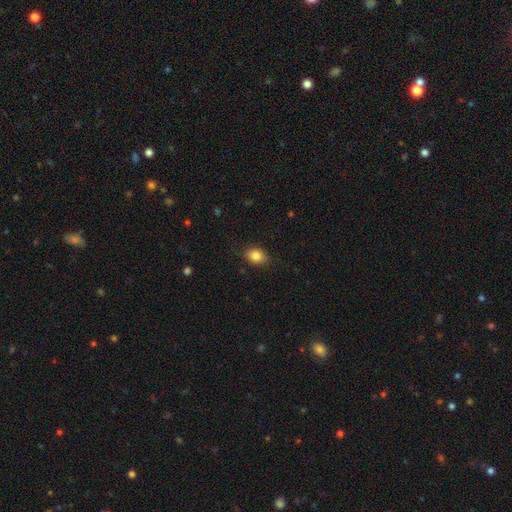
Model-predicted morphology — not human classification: Smooth or featured? smooth (85%)
How rounded? in between (64%)
Merging? none (85%)